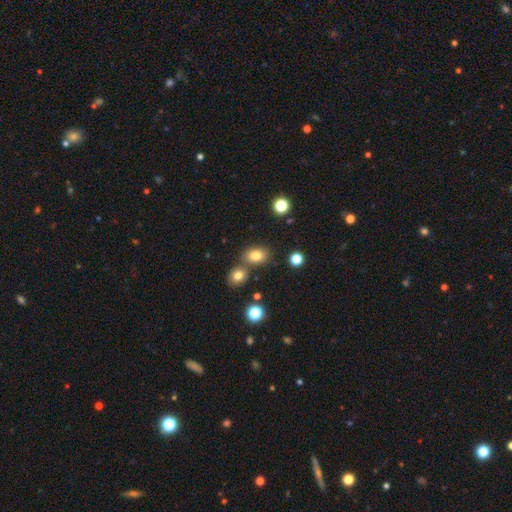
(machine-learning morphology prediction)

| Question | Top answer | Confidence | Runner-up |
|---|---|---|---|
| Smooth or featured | smooth | 79% | star or artifact (12%) |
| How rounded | in between | 68% | round (30%) |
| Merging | none | 66% | merger (20%) |